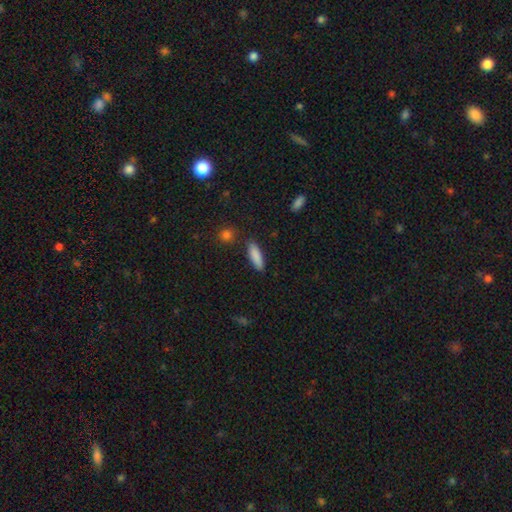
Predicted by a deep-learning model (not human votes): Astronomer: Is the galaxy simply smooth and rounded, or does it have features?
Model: smooth — 87%.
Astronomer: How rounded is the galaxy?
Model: cigar-shaped — 53% (runner-up: in between, 45%).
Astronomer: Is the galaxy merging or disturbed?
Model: none — 85%.